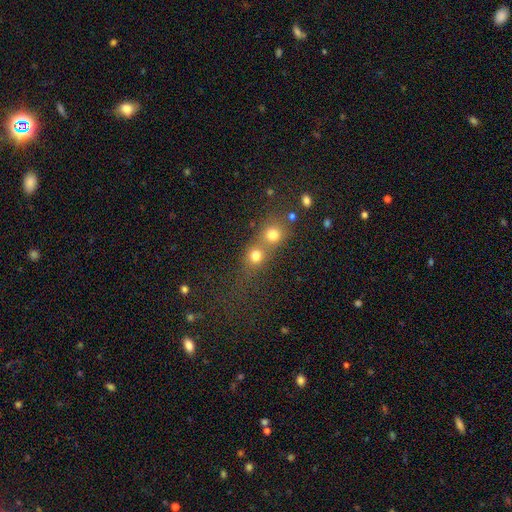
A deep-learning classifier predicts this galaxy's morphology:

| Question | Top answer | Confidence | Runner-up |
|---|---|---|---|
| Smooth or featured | smooth | 74% | star or artifact (16%) |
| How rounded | round | 85% | in between (13%) |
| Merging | merger | 54% | none (37%) |